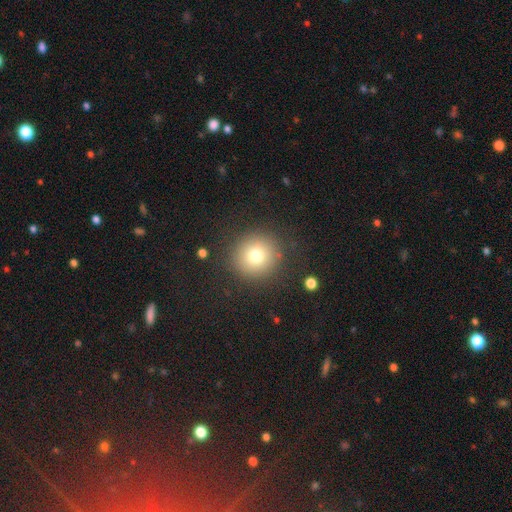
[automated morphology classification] The model was most divided on "smooth or featured": smooth: 75%, star or artifact: 14%, featured or disk: 11%. More confident: how rounded — round (92%); merging — none (87%).